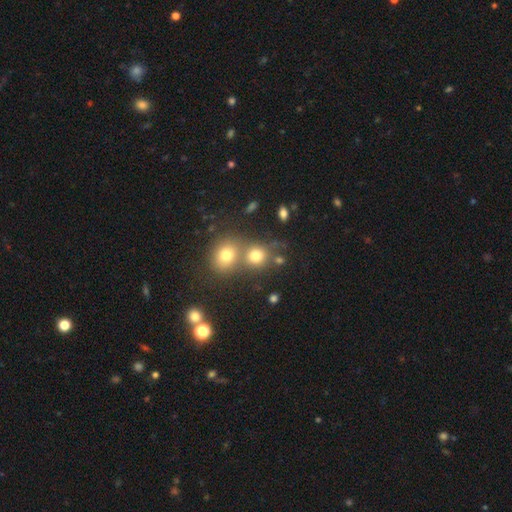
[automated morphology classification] smooth-or-featured: smooth: 75% | star or artifact: 15% | featured or disk: 10%
  how-rounded: round: 80% | in between: 19% | cigar-shaped: 1%
  merging: none: 44% | merger: 43% | minor disturbance: 8% | major disturbance: 5%